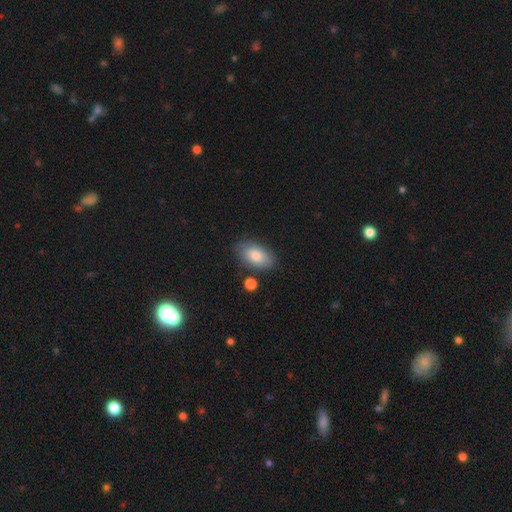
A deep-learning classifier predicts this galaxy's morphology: smooth 79%, featured or disk 13%, star or artifact 8%. Down the decision tree: how rounded — in between (91%); merging — none (80%).